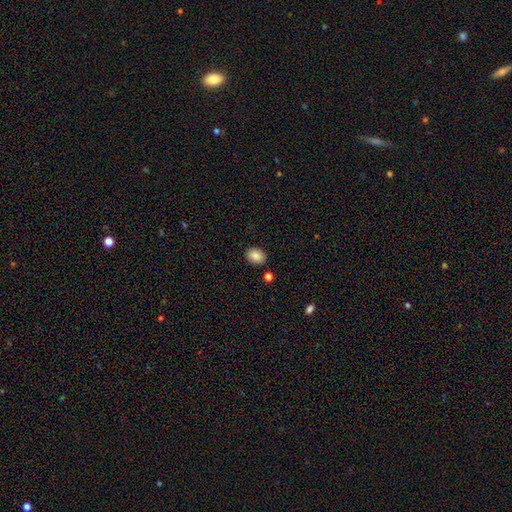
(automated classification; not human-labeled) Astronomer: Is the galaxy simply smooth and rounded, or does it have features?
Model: smooth — 87%.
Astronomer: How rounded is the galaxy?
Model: in between — 62% (runner-up: round, 38%).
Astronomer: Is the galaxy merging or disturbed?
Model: none — 87%.